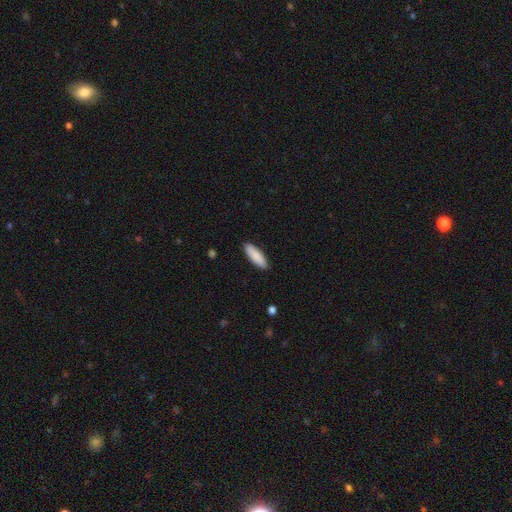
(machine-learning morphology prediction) Smooth or featured? Predicted: smooth (p=0.88). How rounded? Predicted: in between (p=0.51). Merging? Predicted: none (p=0.90).